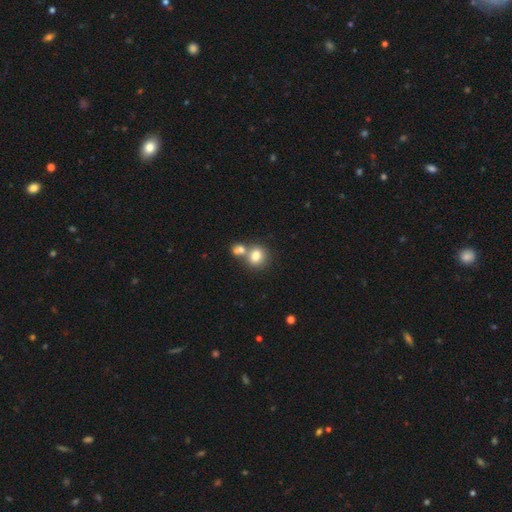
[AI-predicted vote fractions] Smooth or featured? smooth (80%)
How rounded? round (67%)
Merging? merger (45%)